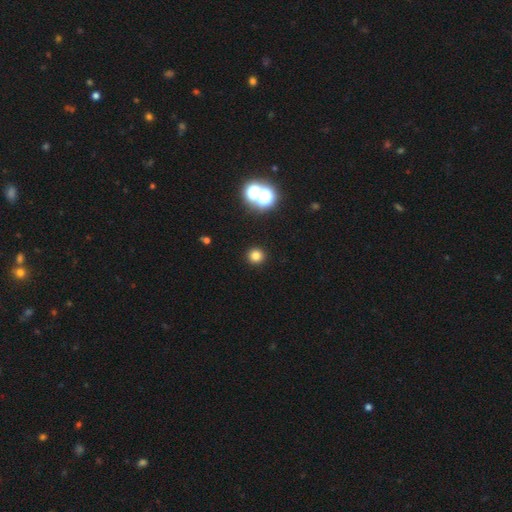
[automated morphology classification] The model was most divided on "smooth or featured": smooth: 76%, star or artifact: 18%, featured or disk: 6%. More confident: how rounded — round (93%); merging — none (92%).